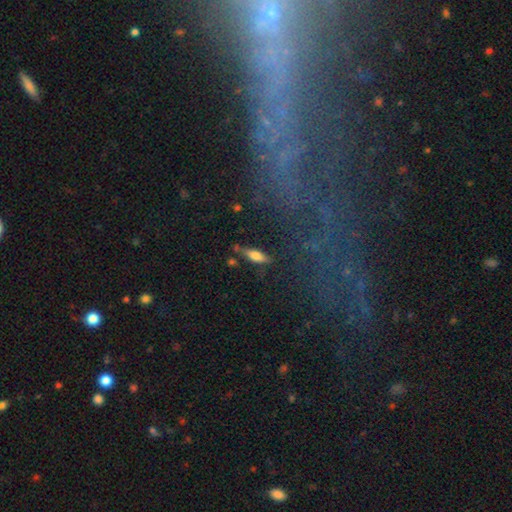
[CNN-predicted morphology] Smooth or featured? Predicted: smooth (p=0.67). How rounded? Predicted: in between (p=0.57). Merging? Predicted: none (p=0.75).